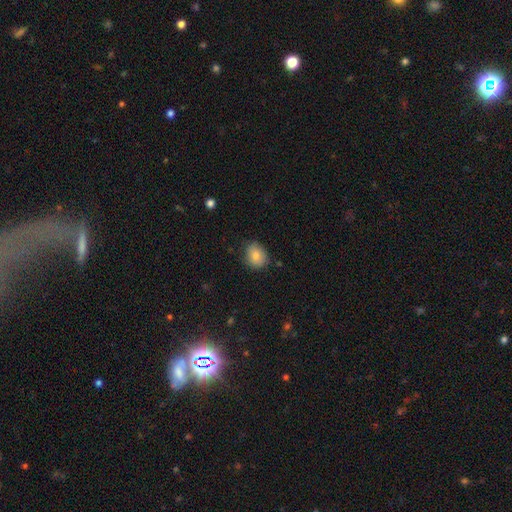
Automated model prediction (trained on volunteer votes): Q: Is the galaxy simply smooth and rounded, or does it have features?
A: smooth — 81%.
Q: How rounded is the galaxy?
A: round — 56%.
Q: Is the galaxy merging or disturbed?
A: none — 76%.